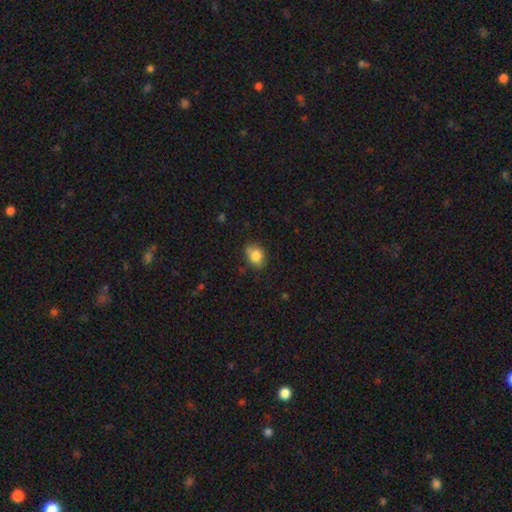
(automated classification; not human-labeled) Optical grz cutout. It shows a smooth galaxy with no disk features (83%) that is in between round and cigar-shaped (60%). Merging: none (72%).